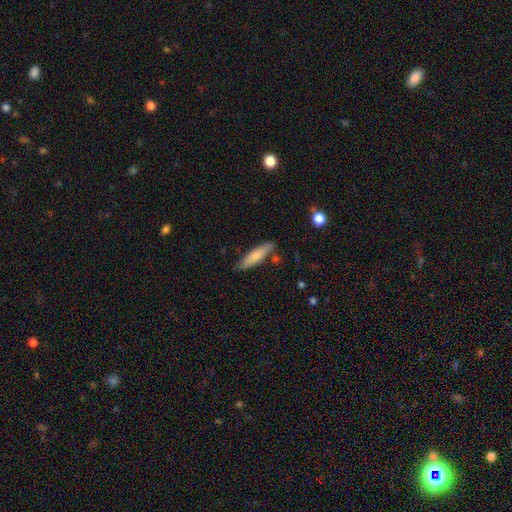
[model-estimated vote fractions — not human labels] smooth 72%, featured or disk 23%, star or artifact 6%. Down the decision tree: how rounded — cigar-shaped (78%); merging — none (82%).